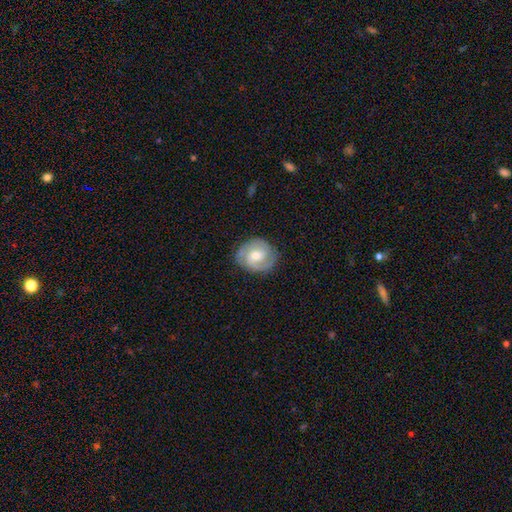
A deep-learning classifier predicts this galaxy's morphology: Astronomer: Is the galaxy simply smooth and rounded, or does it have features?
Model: featured or disk — 75%.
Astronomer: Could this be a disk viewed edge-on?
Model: no — 98%.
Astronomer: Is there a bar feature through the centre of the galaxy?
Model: weak — 46% (runner-up: no, 44%).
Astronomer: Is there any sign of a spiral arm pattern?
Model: yes — 93%.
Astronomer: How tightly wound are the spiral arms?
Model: tight — 51% (runner-up: medium, 40%).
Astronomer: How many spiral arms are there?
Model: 2 — 75%.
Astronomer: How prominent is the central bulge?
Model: moderate — 62%.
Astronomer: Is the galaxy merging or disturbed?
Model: none — 81%.